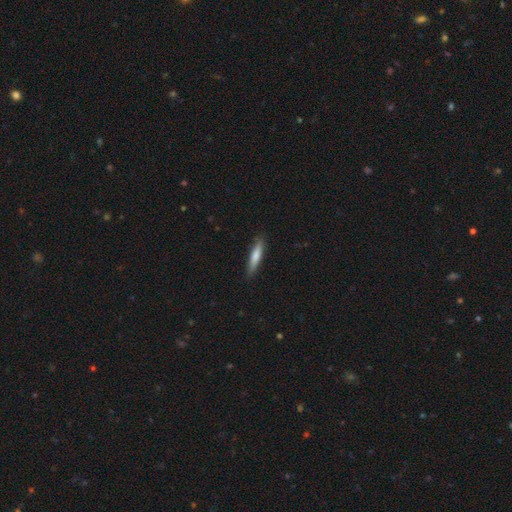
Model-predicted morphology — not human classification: Smooth or featured? Predicted: smooth (p=0.75). How rounded? Predicted: cigar-shaped (p=0.85). Merging? Predicted: none (p=0.85).